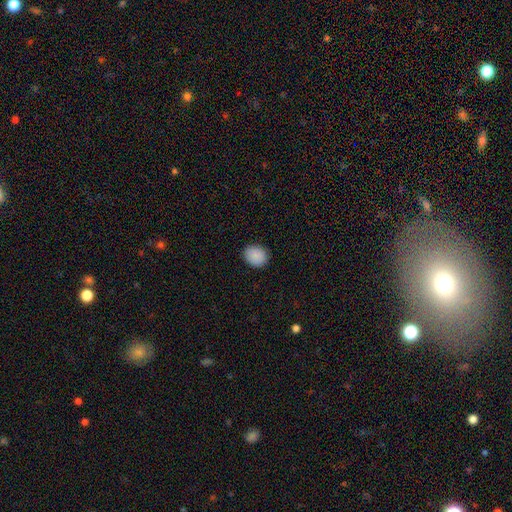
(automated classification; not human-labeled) This is clearly a smooth galaxy (89%). How rounded: possibly round (54%). Merging: clearly none (89%).